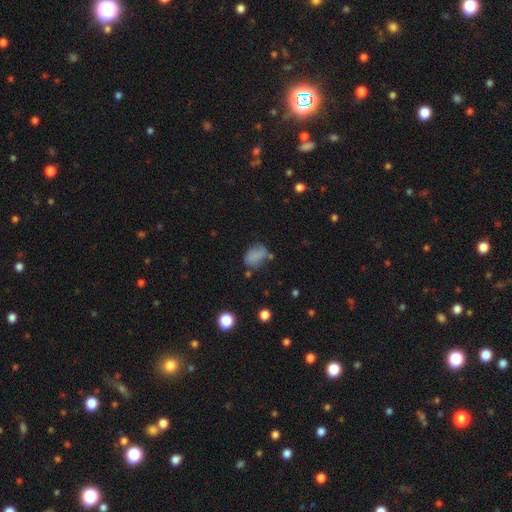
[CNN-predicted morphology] This appears to be a smooth galaxy with no disk features (76%) that is in between round and cigar-shaped (82%). Merging: none (53%).